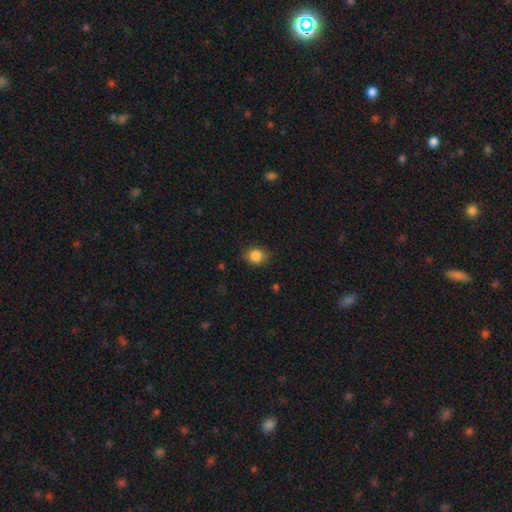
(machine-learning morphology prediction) Smooth or featured? smooth (85%)
How rounded? round (73%)
Merging? none (84%)